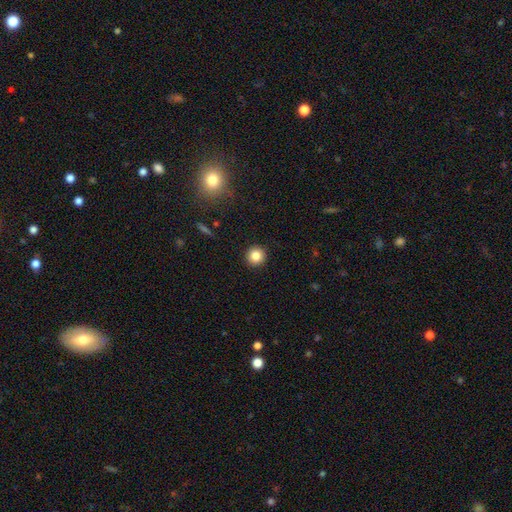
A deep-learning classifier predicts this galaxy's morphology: Smooth or featured: smooth — 83% (star or artifact — 11%)
How rounded: round — 95% (in between — 4%)
Merging: none — 93% (minor disturbance — 5%)